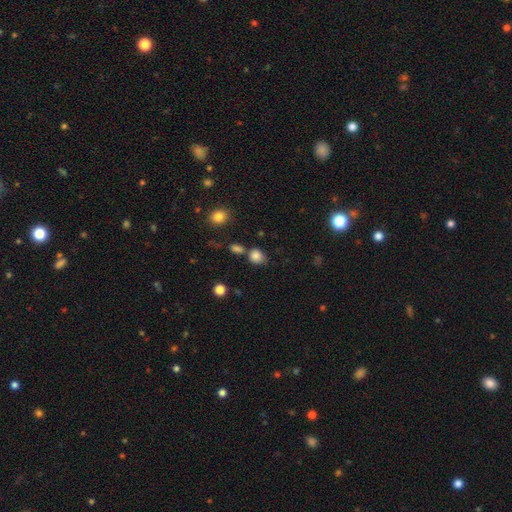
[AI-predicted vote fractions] smooth 83%, star or artifact 11%, featured or disk 6%. Down the decision tree: how rounded — round (61%); merging — none (61%).